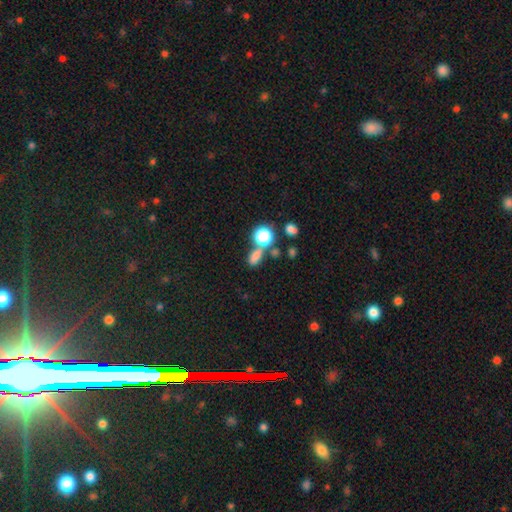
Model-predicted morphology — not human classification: Smooth or featured?
  - smooth: 71% *
  - star or artifact: 21%
  - featured or disk: 8%
How rounded?
  - in between: 64% *
  - round: 30%
  - cigar-shaped: 6%
Merging?
  - none: 50% *
  - merger: 31%
  - minor disturbance: 12%
  - major disturbance: 7%